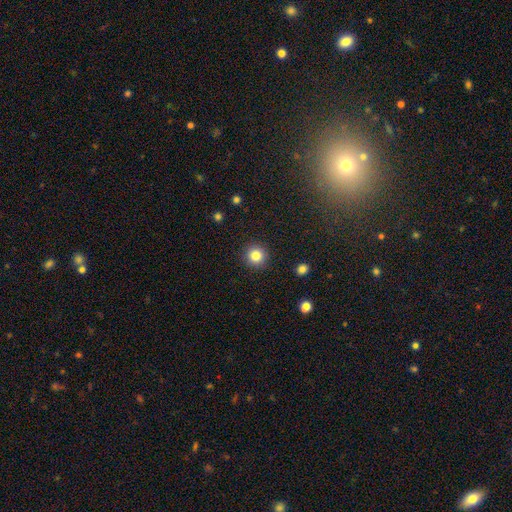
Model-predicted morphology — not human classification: Smooth or featured? smooth (84%)
How rounded? round (94%)
Merging? none (91%)